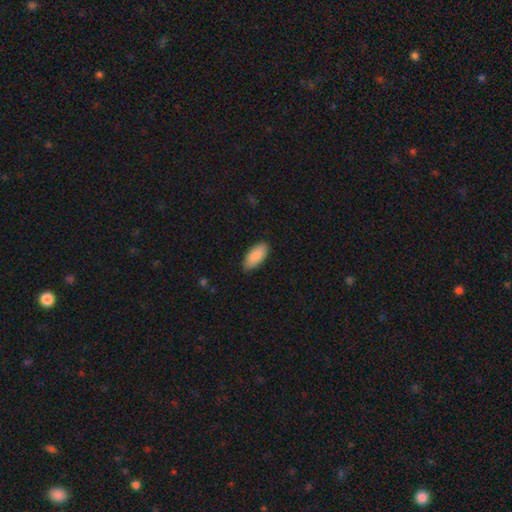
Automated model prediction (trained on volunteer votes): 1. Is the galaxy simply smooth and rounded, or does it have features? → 90% smooth, 6% star or artifact, 5% featured or disk.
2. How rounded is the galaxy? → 89% in between, 9% cigar-shaped, 2% round.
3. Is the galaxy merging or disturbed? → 85% none, 12% minor disturbance, 2% major disturbance, 1% merger.